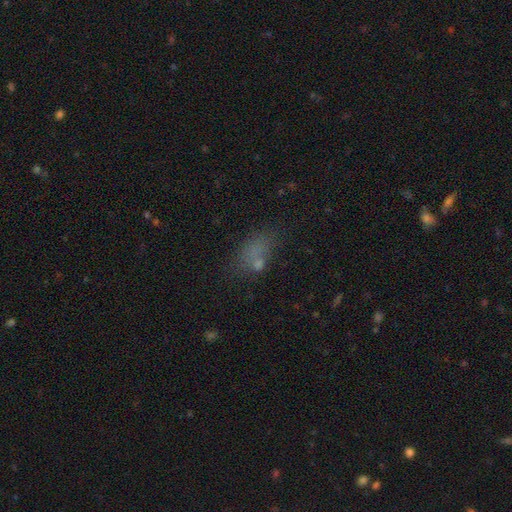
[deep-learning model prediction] This is likely a smooth galaxy (60%). How rounded: likely in between (80%). Merging: marginally none (43%).